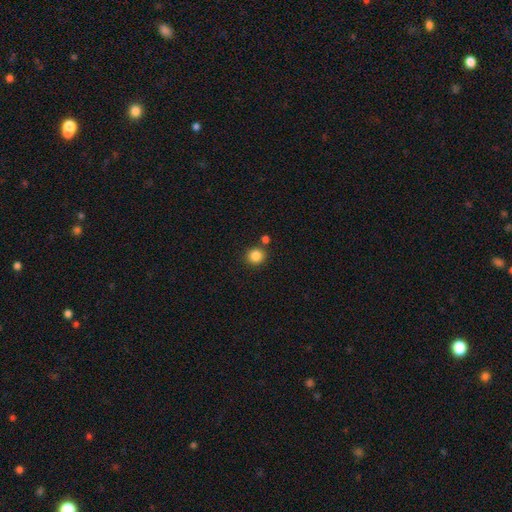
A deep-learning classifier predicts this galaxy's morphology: The model was most divided on "merging": none: 79%, merger: 10%, minor disturbance: 8%, major disturbance: 3%. More confident: how rounded — round (89%); smooth or featured — smooth (85%).